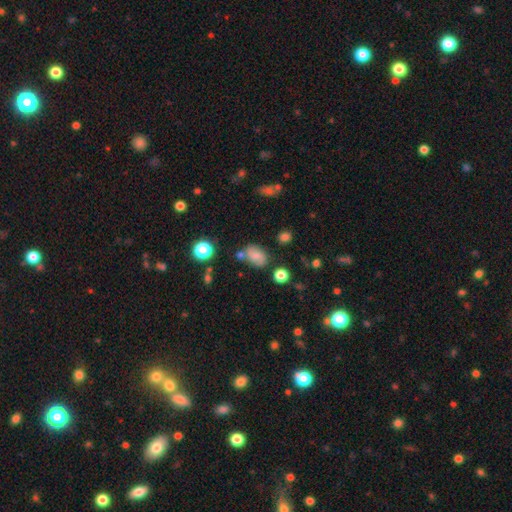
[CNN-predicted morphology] type=smooth (67%); roundness=in between (80%); merging=none (64%).